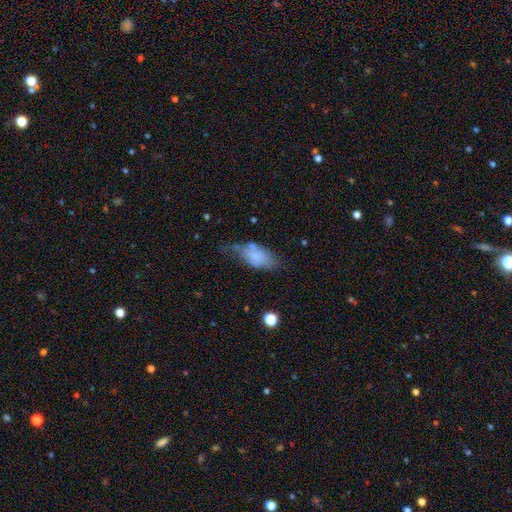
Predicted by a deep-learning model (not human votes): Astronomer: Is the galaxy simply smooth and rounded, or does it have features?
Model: smooth — 67%.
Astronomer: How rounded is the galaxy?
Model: in between — 89%.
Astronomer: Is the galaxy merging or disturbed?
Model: minor disturbance — 36%, tied with none at 36%.